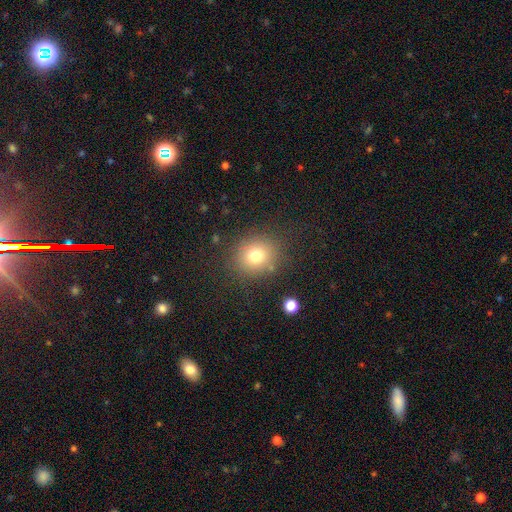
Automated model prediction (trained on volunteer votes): A smooth galaxy with no disk features (76%) that is round (75%). Merging: none (82%).